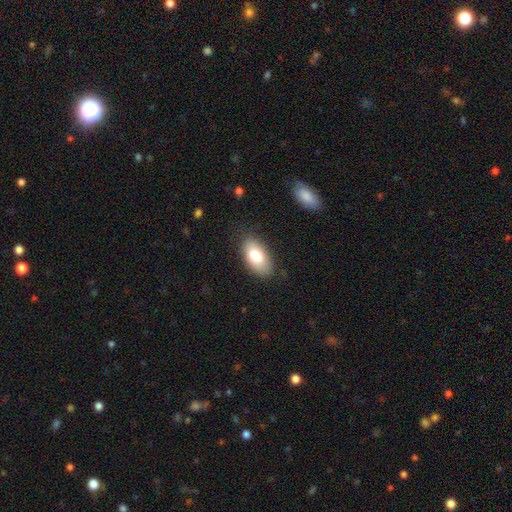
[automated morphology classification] Smooth or featured? Predicted: smooth (p=0.77). How rounded? Predicted: in between (p=0.93). Merging? Predicted: none (p=0.82).